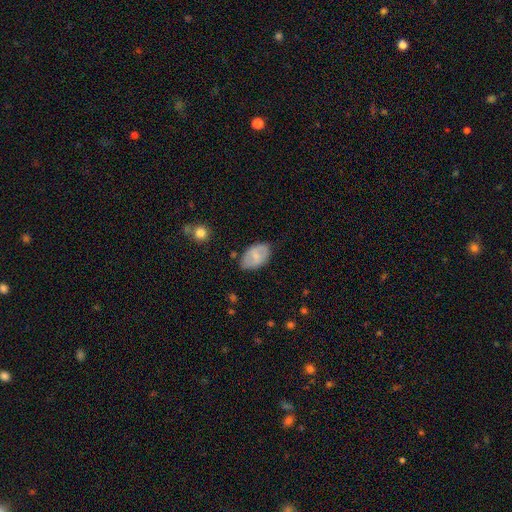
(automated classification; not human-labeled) Smooth or featured? Predicted: smooth (p=0.63). How rounded? Predicted: in between (p=0.90). Merging? Predicted: none (p=0.71).